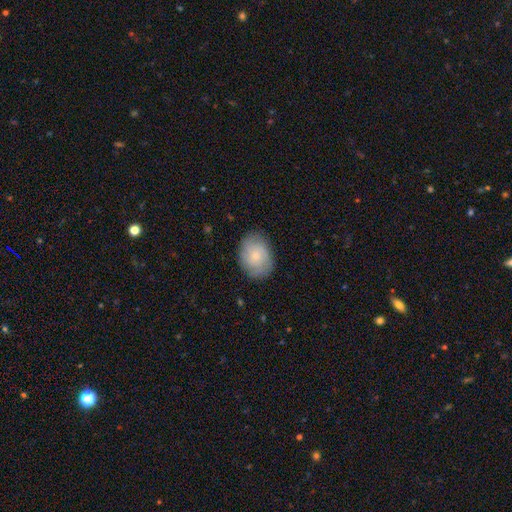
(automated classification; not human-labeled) Morphology: type=smooth (56%); roundness=in between (71%); merging=none (80%).